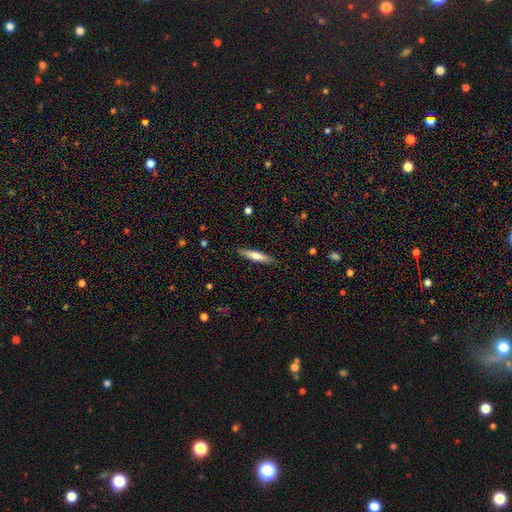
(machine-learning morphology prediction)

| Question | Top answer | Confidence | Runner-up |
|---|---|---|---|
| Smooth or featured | smooth | 59% | featured or disk (36%) |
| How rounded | cigar-shaped | 87% | in between (11%) |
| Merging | none | 89% | minor disturbance (8%) |